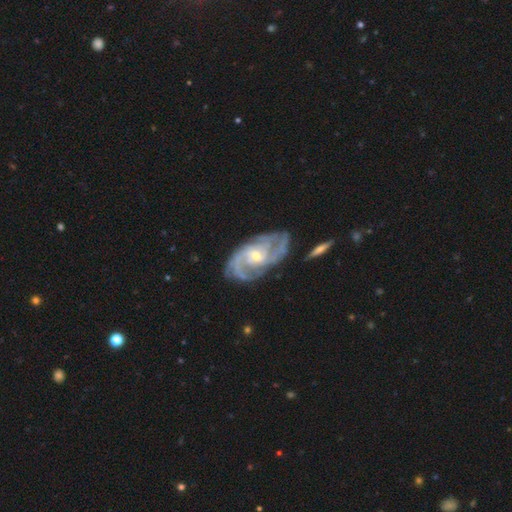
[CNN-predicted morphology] A featured or disk galaxy (91%) with no bar (49%), 2 (33%) tight (46%) spiral arms (98%) and a small central bulge (52%). Merging: none (70%).